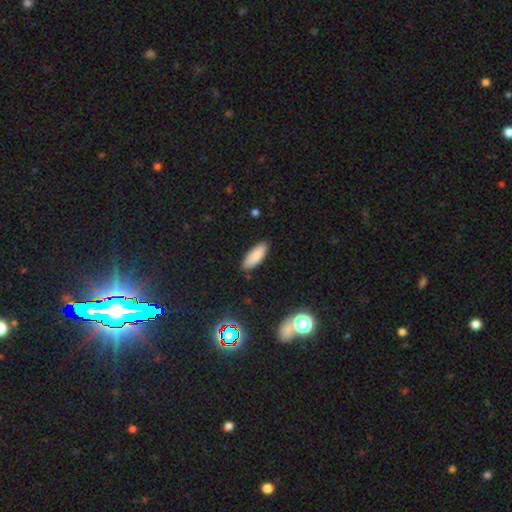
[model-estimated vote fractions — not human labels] This is clearly a smooth galaxy (85%). How rounded: likely in between (74%). Merging: clearly none (84%).